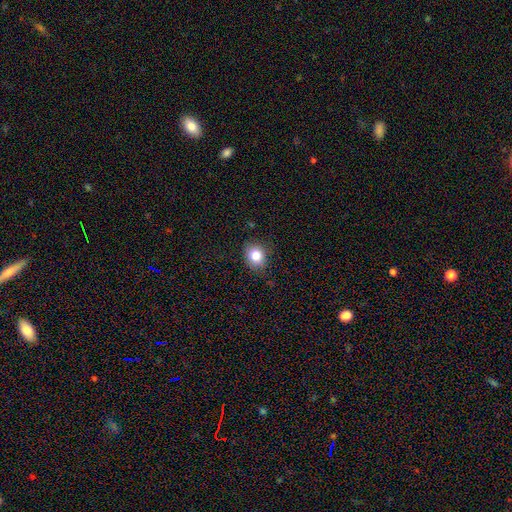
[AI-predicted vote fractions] This appears to be a smooth galaxy with no disk features (82%) that is round (58%). Merging: none (81%).